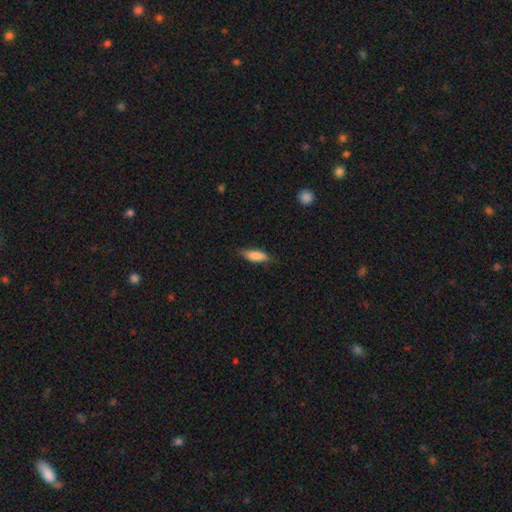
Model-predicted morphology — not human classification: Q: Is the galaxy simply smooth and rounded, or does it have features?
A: smooth — 83%.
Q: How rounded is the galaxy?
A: in between — 57%.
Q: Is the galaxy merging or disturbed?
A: none — 79%.